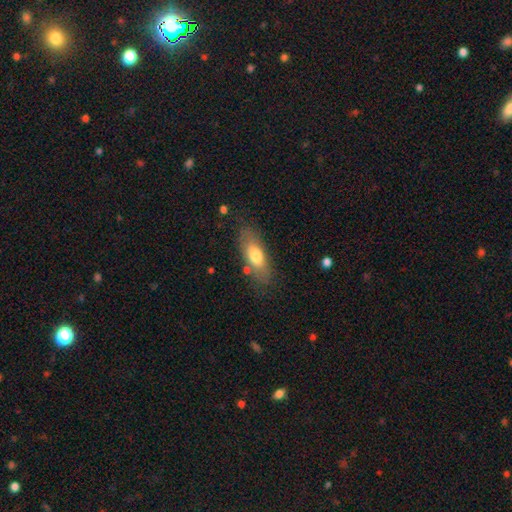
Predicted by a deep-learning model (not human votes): The model was most divided on "smooth or featured": smooth: 69%, featured or disk: 24%, star or artifact: 7%. More confident: how rounded — in between (77%); merging — none (75%).